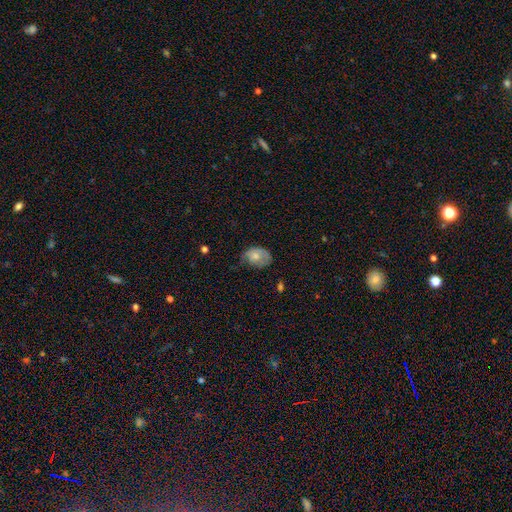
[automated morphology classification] smooth 65%, featured or disk 27%, star or artifact 8%. Down the decision tree: how rounded — in between (68%); merging — minor disturbance (40%).